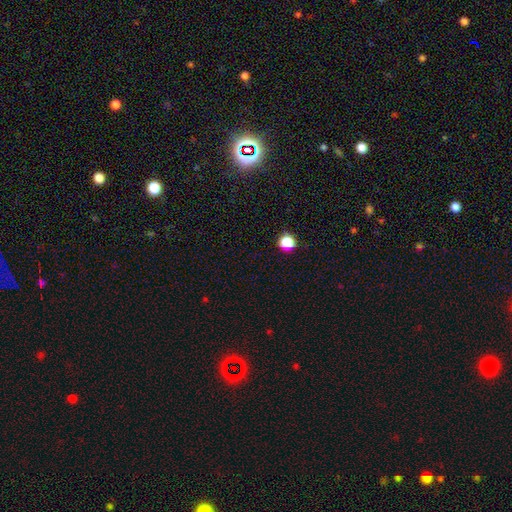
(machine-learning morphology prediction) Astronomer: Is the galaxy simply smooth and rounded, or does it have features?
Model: star or artifact — 59% (runner-up: smooth, 35%).